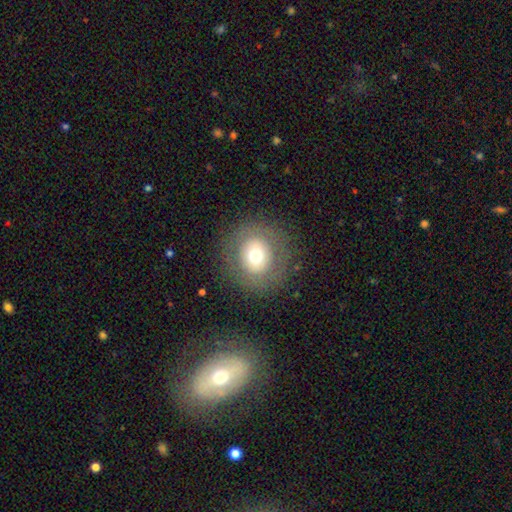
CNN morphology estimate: smooth 62%, featured or disk 26%, star or artifact 12%. Down the decision tree: how rounded — round (90%); merging — none (85%).